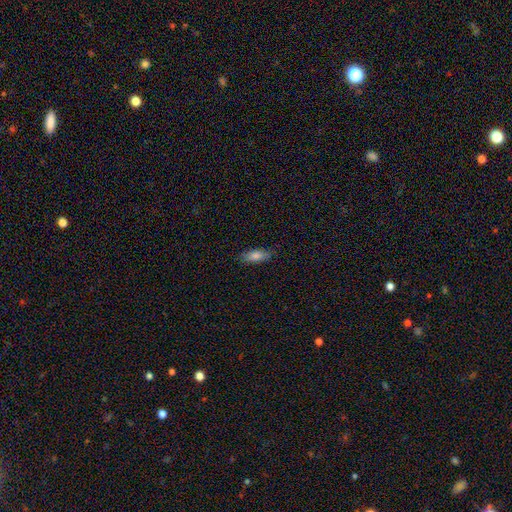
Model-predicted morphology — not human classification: The model was most divided on "how rounded": in between: 64%, cigar-shaped: 34%, round: 2%. More confident: merging — none (83%); smooth or featured — smooth (79%).